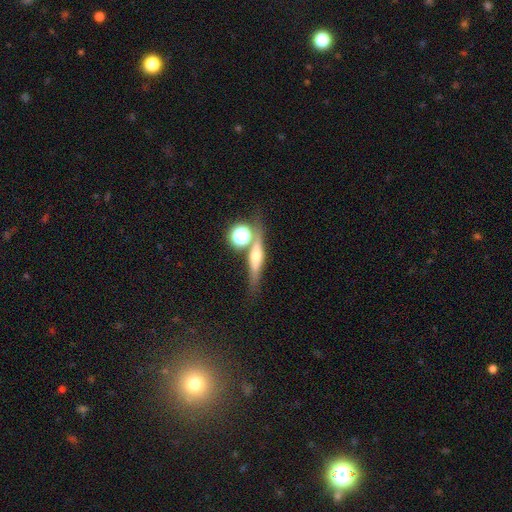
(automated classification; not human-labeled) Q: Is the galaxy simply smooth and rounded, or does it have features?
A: featured or disk — 52%.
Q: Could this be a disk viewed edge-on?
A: yes — 89%.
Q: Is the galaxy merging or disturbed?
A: none — 67%.